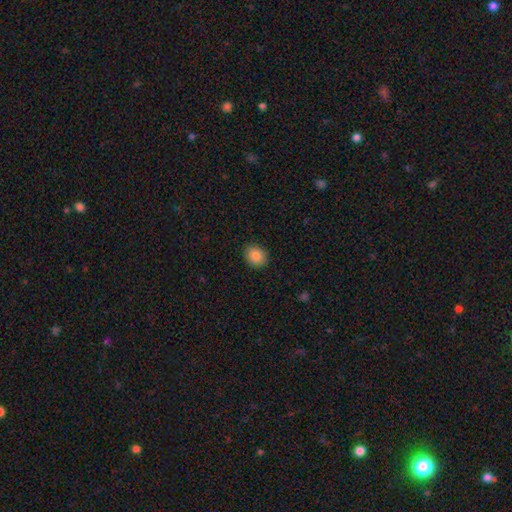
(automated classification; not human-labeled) Morphology: type=smooth (89%); roundness=round (53%); merging=none (89%).